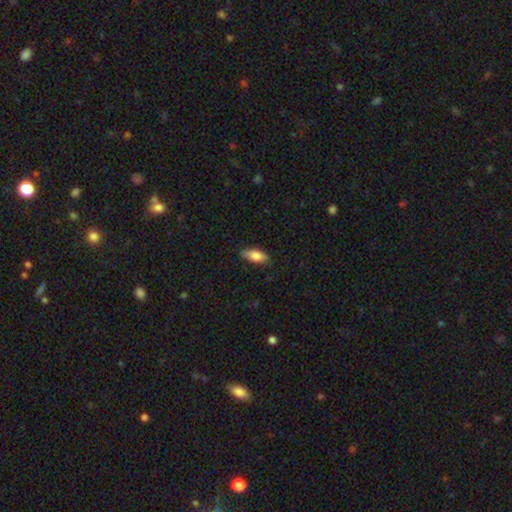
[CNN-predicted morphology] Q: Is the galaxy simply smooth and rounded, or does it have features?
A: smooth — 79%.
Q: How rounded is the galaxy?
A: in between — 77%.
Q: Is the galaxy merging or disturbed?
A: none — 85%.